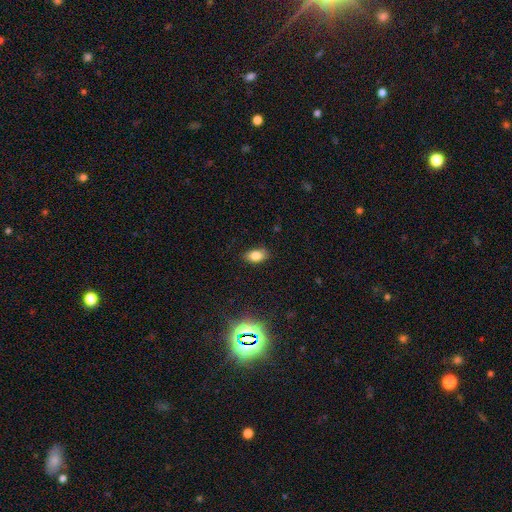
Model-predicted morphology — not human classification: The model was most divided on "merging": none: 83%, minor disturbance: 13%, major disturbance: 3%, merger: 1%. More confident: how rounded — in between (88%); smooth or featured — smooth (81%).